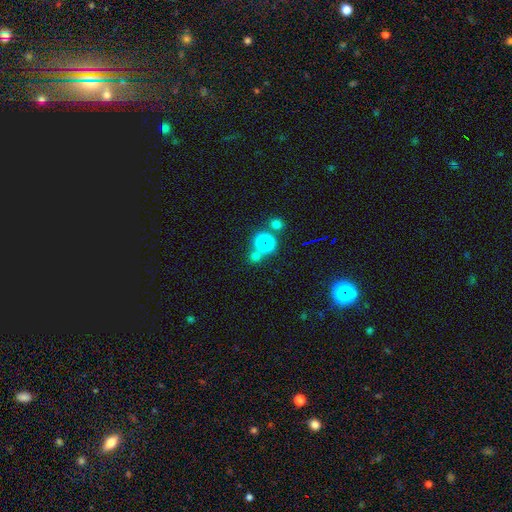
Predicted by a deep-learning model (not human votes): Smooth or featured? smooth (64%)
How rounded? round (85%)
Merging? none (63%)